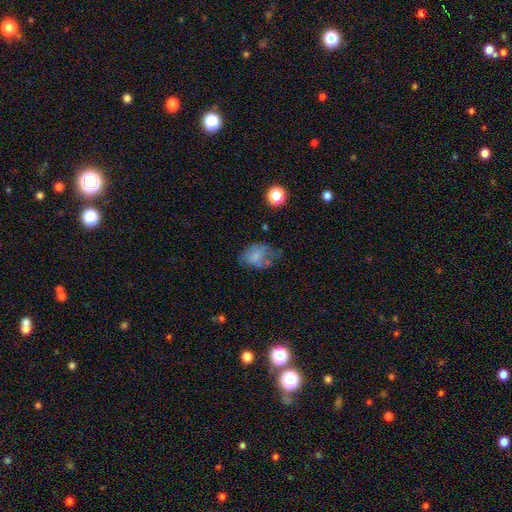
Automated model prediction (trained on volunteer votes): A smooth galaxy with no disk features (68%) that is in between round and cigar-shaped (69%).

Vote fractions:
- Smooth or featured? smooth: 68% / featured or disk: 22% / star or artifact: 11%
- How rounded? in between: 69% / round: 30% / cigar-shaped: 1%
- Merging? none: 39% / minor disturbance: 32% / major disturbance: 25% / merger: 5%